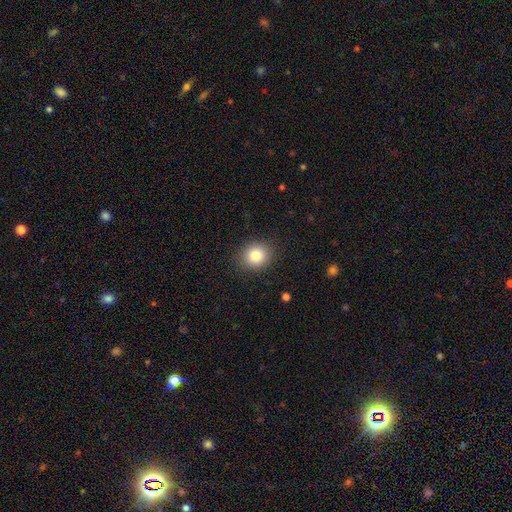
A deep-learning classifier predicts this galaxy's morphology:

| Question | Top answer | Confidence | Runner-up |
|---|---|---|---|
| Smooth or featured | smooth | 83% | star or artifact (10%) |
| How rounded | round | 77% | in between (22%) |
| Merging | none | 88% | minor disturbance (8%) |